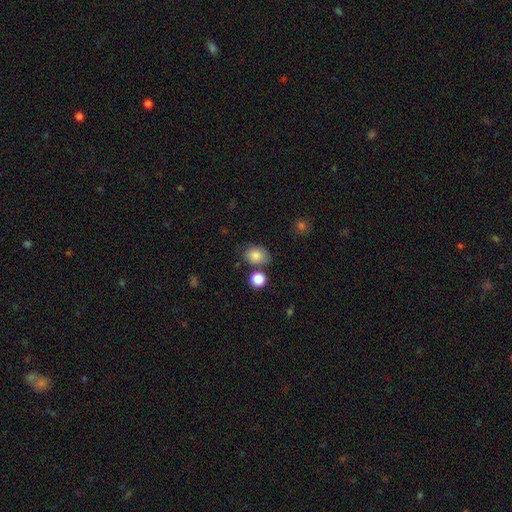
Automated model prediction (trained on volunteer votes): Overall: smooth (85%). How rounded: in between (54%; round 45%). Merging: none (69%).